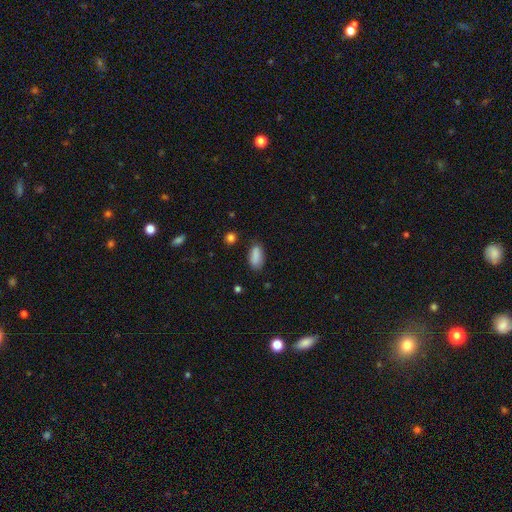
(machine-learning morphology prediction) Smooth or featured? Predicted: smooth (p=0.87). How rounded? Predicted: in between (p=0.86). Merging? Predicted: none (p=0.77).